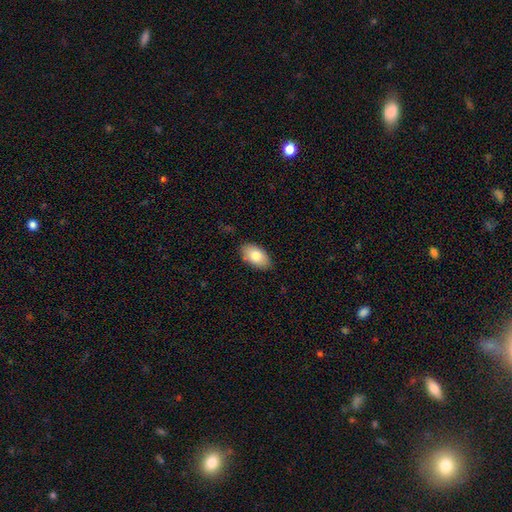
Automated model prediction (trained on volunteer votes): smooth 80%, featured or disk 14%, star or artifact 7%. Down the decision tree: how rounded — in between (94%); merging — none (85%).